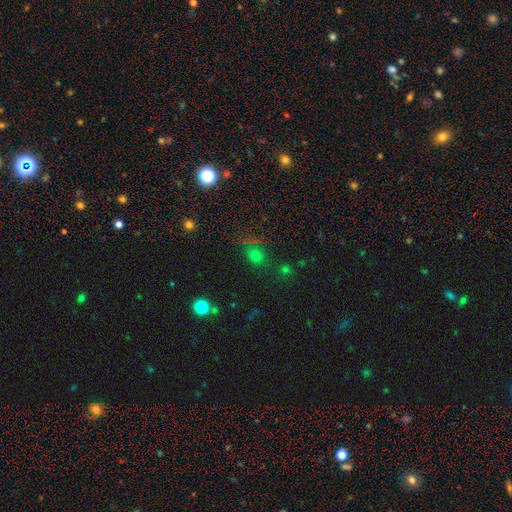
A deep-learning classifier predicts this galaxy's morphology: Smooth or featured? Predicted: smooth (p=0.60). How rounded? Predicted: round (p=0.72). Merging? Predicted: none (p=0.69).